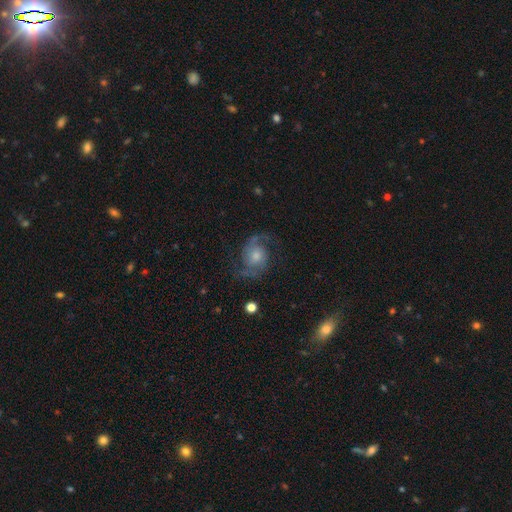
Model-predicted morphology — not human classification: A featured or disk galaxy (85%) with no bar (68%), 2 (93%) medium (53%) spiral arms (97%) and a moderate central bulge (45%). Merging: none (76%).